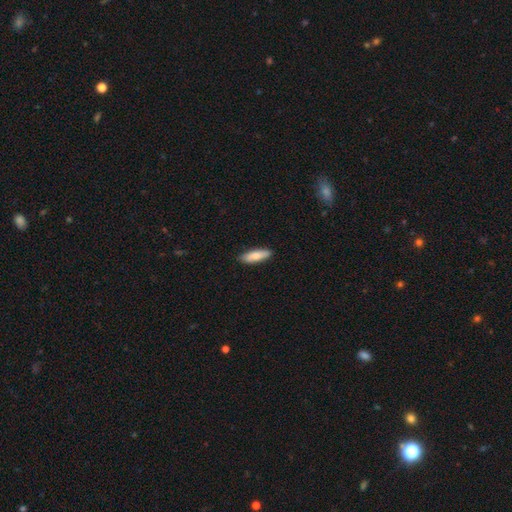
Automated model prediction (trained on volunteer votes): This is clearly a smooth galaxy (81%). How rounded: possibly cigar-shaped (51%). Merging: clearly none (88%).